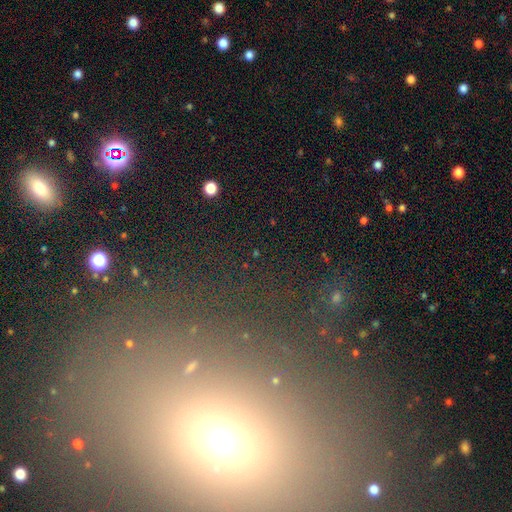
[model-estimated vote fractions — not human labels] Overall: star or artifact (54%; smooth 31%).